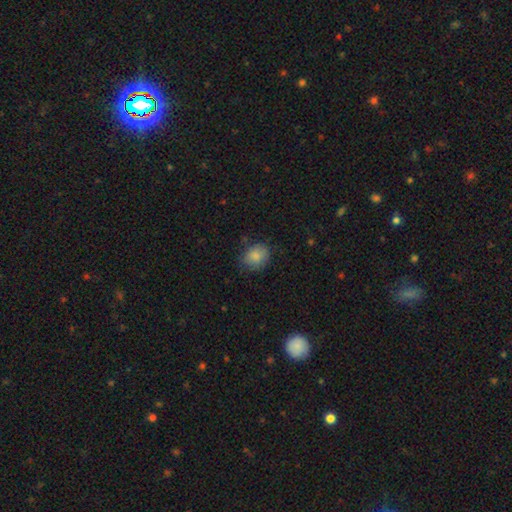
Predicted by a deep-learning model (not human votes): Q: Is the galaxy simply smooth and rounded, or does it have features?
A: smooth — 85%.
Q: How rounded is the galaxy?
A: round — 58%.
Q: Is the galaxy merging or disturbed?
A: none — 73%.